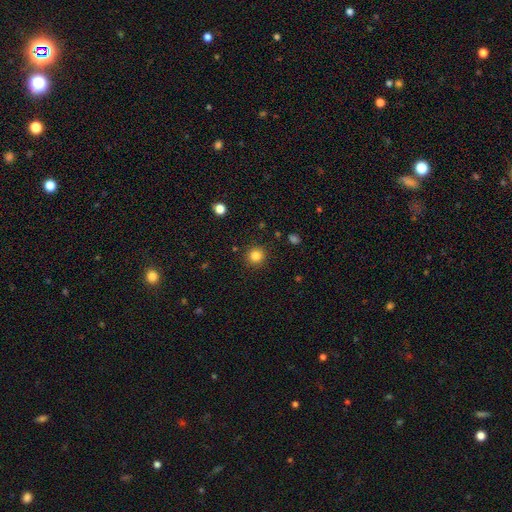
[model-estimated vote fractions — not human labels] This appears to be a smooth galaxy with no disk features (83%) that is round (93%). Merging: none (90%).